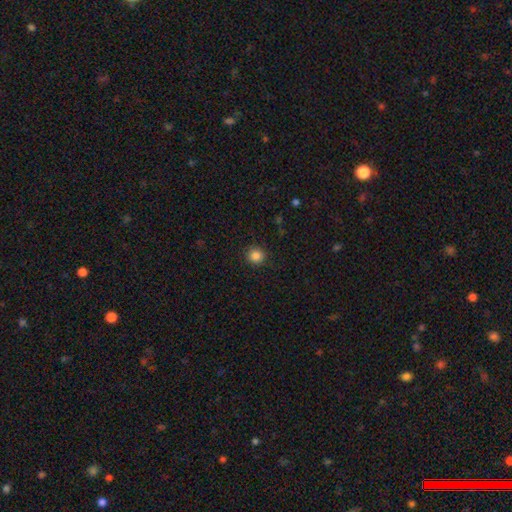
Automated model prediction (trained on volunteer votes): Q: Smooth or featured?
A: smooth (85%); runner-up: star or artifact (11%)
Q: How rounded?
A: round (92%); runner-up: in between (7%)
Q: Merging?
A: none (90%); runner-up: minor disturbance (7%)